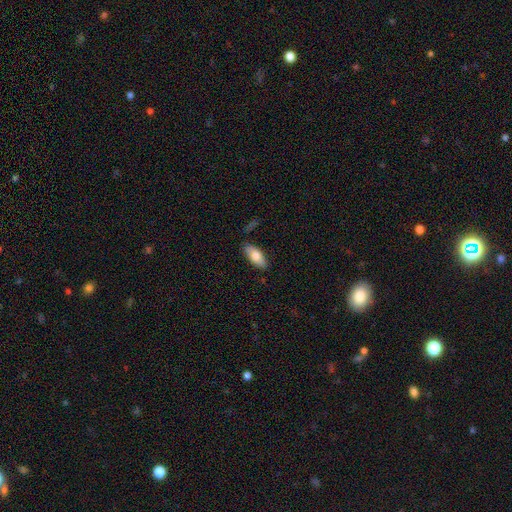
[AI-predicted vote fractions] smooth_or_featured: smooth (p=0.77) [alt: featured or disk p=0.16]
how_rounded: in between (p=0.85) [alt: cigar-shaped p=0.13]
merging: none (p=0.84) [alt: minor disturbance p=0.11]